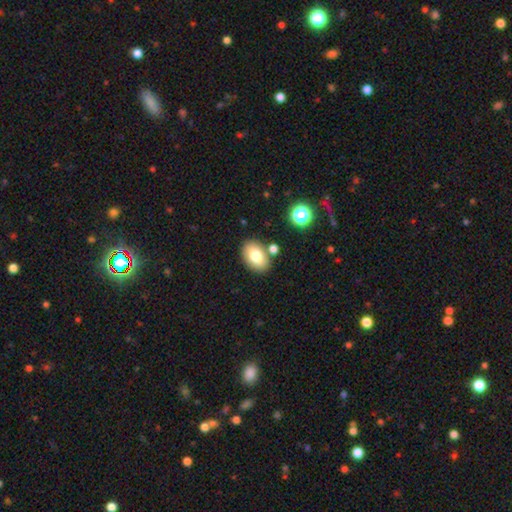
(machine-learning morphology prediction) Smooth or featured: smooth — 77% (featured or disk — 14%)
How rounded: in between — 83% (round — 16%)
Merging: none — 78% (minor disturbance — 11%)